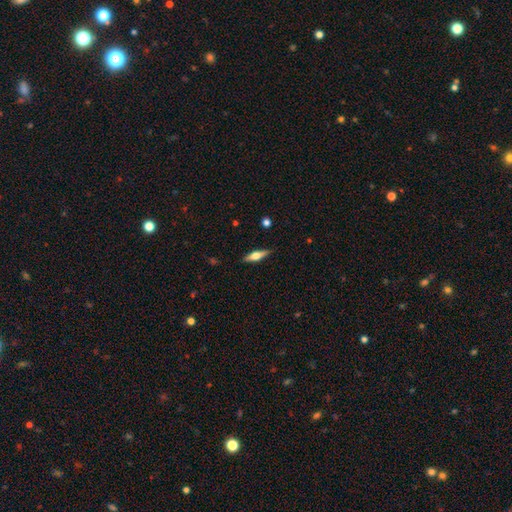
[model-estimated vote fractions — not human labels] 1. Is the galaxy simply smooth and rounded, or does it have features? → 53% featured or disk, 41% smooth, 6% star or artifact.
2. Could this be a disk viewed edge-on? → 94% yes, 6% no.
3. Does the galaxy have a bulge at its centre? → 92% rounded, 6% boxy, 2% none.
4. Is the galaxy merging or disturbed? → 89% none, 8% minor disturbance, 2% major disturbance, 1% merger.